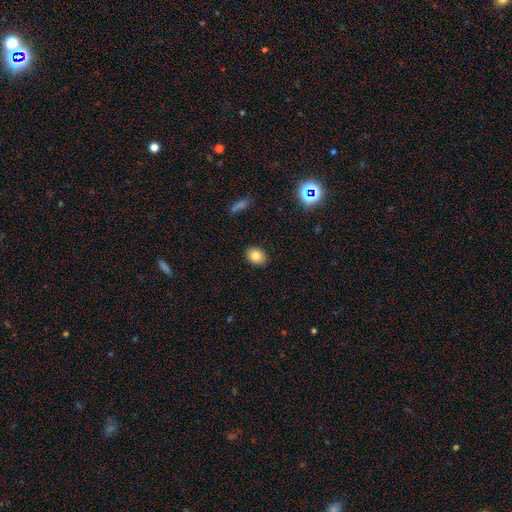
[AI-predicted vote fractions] smooth_or_featured: smooth (p=0.83) [alt: star or artifact p=0.10]
how_rounded: in between (p=0.62) [alt: round p=0.37]
merging: none (p=0.88) [alt: minor disturbance p=0.09]